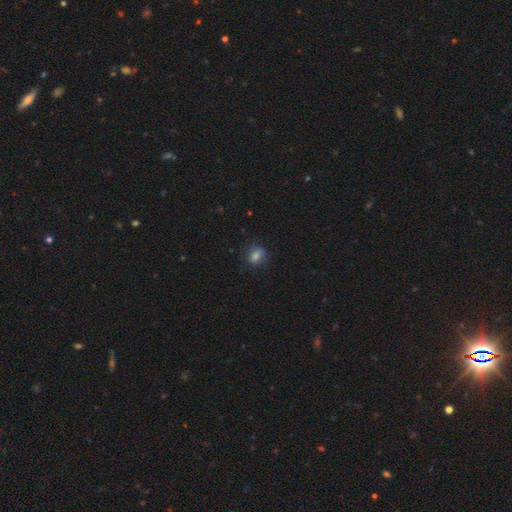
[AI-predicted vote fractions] The model was most divided on "how rounded": round: 50%, in between: 48%, cigar-shaped: 2%. More confident: merging — none (75%); smooth or featured — smooth (75%).